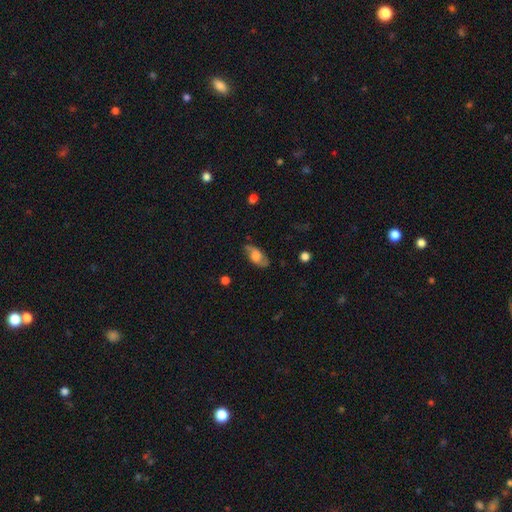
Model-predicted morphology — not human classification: A smooth galaxy with no disk features (46%, tied with featured or disk).

Vote fractions:
- Smooth or featured? smooth: 46% (tied) / featured or disk: 46% (tied) / star or artifact: 8%
- Merging? none: 75% / minor disturbance: 18% / major disturbance: 5% / merger: 1%